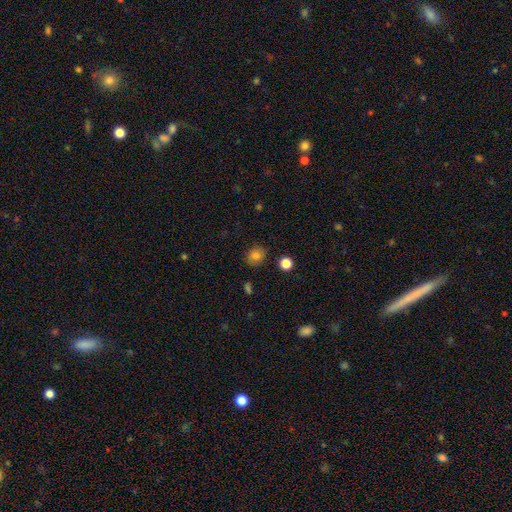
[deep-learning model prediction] Smooth or featured: smooth — 80% (star or artifact — 12%)
How rounded: round — 77% (in between — 22%)
Merging: none — 87% (minor disturbance — 9%)